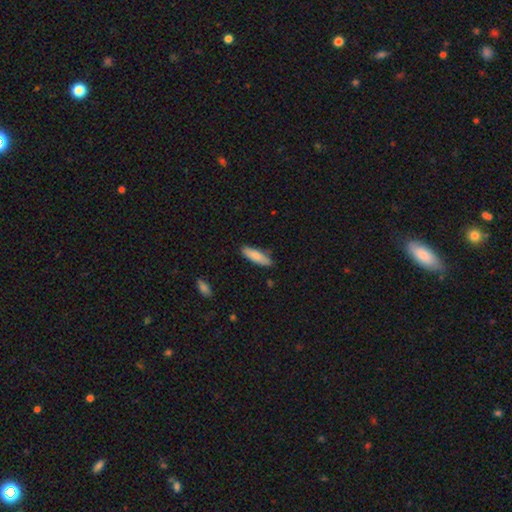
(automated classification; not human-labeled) smooth 84%, featured or disk 10%, star or artifact 6%. Down the decision tree: how rounded — cigar-shaped (52%); merging — none (82%).